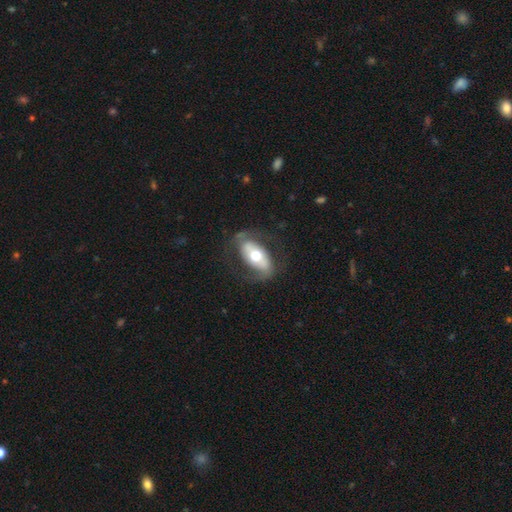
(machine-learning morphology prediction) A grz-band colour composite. It shows a featured or disk galaxy (58%) with no bar (49%), spiral arms (56%) and a moderate central bulge (69%). Merging: none (69%).